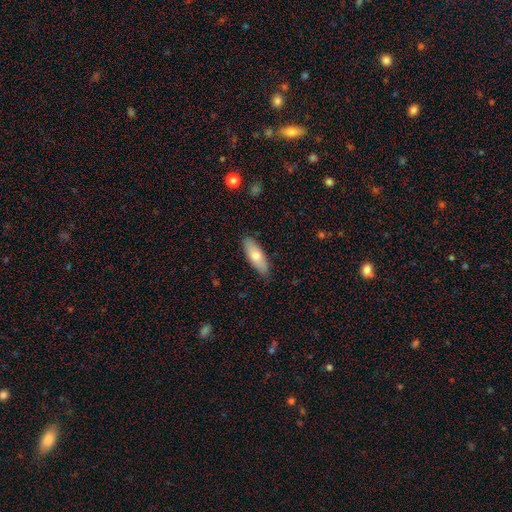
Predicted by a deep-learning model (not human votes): Morphology: type=smooth (71%); roundness=in between (63%); merging=none (86%).